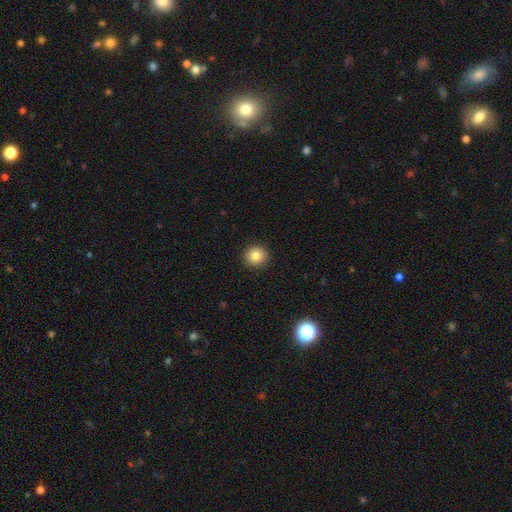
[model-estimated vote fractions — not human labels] smooth 84%, star or artifact 10%, featured or disk 6%. Down the decision tree: how rounded — round (93%); merging — none (93%).